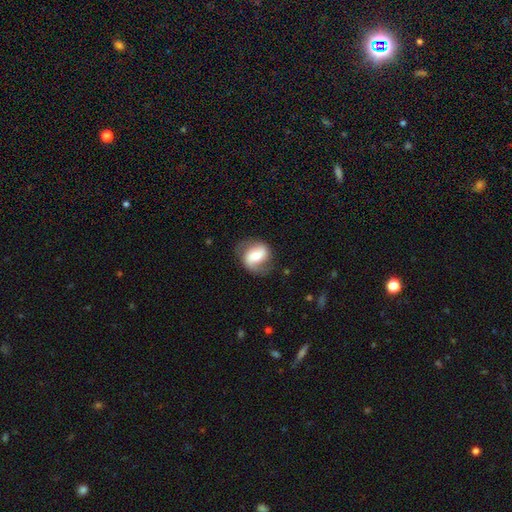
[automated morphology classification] Q: Smooth or featured?
A: featured or disk (62%); runner-up: smooth (32%)
Q: Edge-on disk?
A: no (96%); runner-up: yes (4%)
Q: Bar?
A: weak (35%); tied with: no (35%)
Q: Spiral arms?
A: yes (86%); runner-up: no (14%)
Q: Spiral winding?
A: medium (40%); runner-up: loose (39%)
Q: Spiral arm count?
A: 2 (84%); runner-up: 1 (7%)
Q: Bulge size?
A: moderate (58%); runner-up: small (23%)
Q: Merging?
A: none (69%); runner-up: minor disturbance (19%)